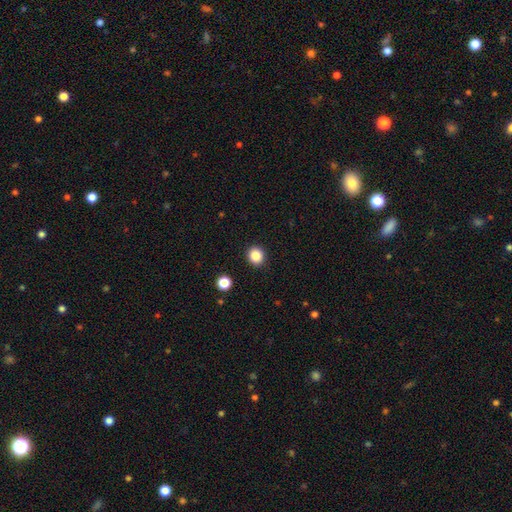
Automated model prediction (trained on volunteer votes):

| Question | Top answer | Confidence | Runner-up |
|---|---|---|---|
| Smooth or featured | smooth | 86% | star or artifact (10%) |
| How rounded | round | 83% | in between (16%) |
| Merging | none | 92% | minor disturbance (5%) |